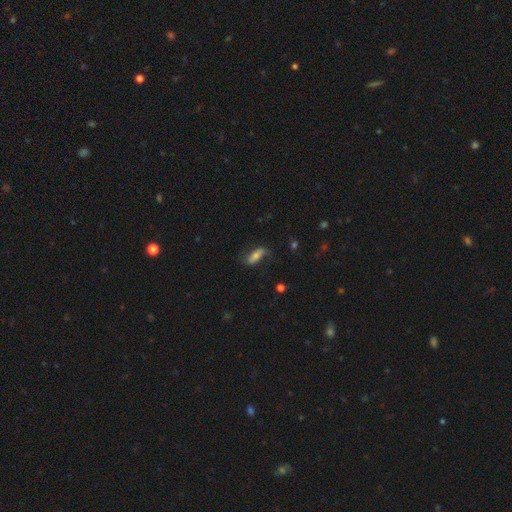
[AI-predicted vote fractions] The model was most divided on "smooth or featured": featured or disk: 47%, smooth: 44%, star or artifact: 8%. More confident: merging — none (65%).